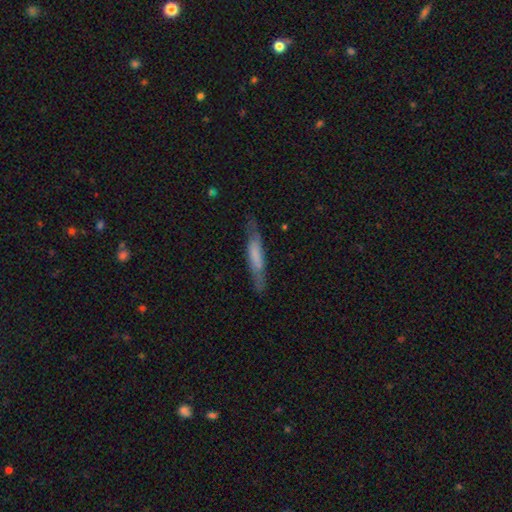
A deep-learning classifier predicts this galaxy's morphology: smooth-or-featured: smooth: 56% | featured or disk: 38% | star or artifact: 6%
  how-rounded: cigar-shaped: 87% | in between: 12% | round: 1%
  merging: none: 74% | minor disturbance: 18% | major disturbance: 6% | merger: 2%